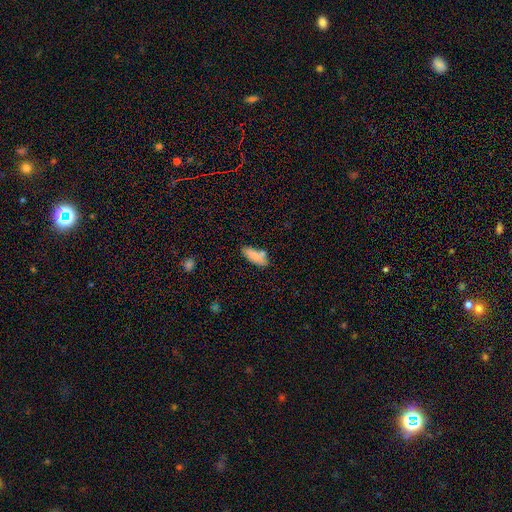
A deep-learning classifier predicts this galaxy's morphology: The model was most divided on "merging": none: 63%, minor disturbance: 19%, merger: 13%, major disturbance: 5%. More confident: smooth or featured — smooth (82%); how rounded — in between (76%).